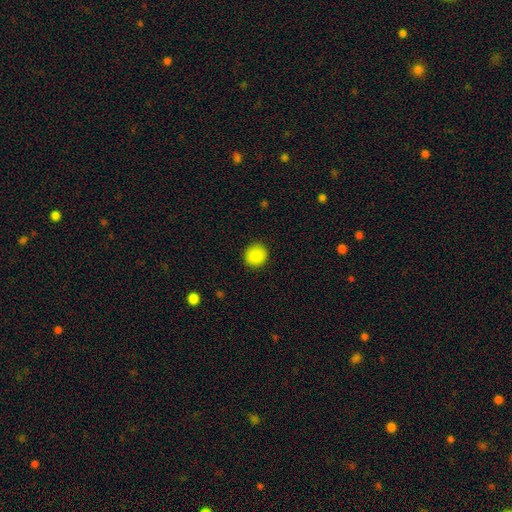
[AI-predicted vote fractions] Smooth or featured? Predicted: smooth (p=0.89). How rounded? Predicted: round (p=0.90). Merging? Predicted: none (p=0.91).